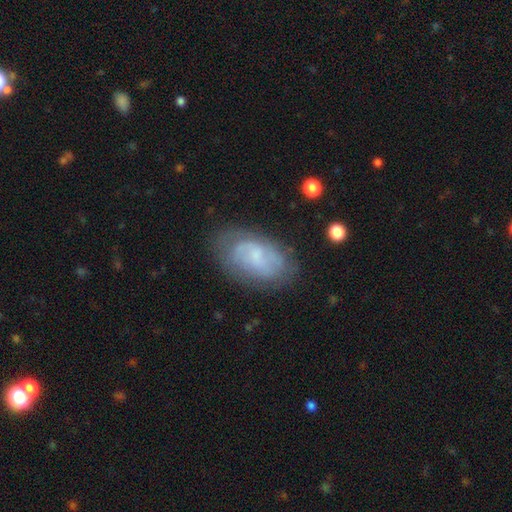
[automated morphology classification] This appears to be a featured or disk galaxy (59%) with no bar (47%), spiral arms (79%) and a small central bulge (51%). Merging: none (70%).